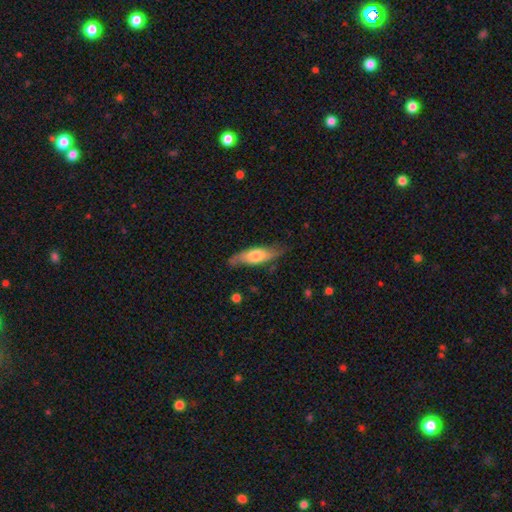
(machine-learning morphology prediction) smooth 52%, featured or disk 43%, star or artifact 5%. Down the decision tree: how rounded — cigar-shaped (55%); merging — none (71%).